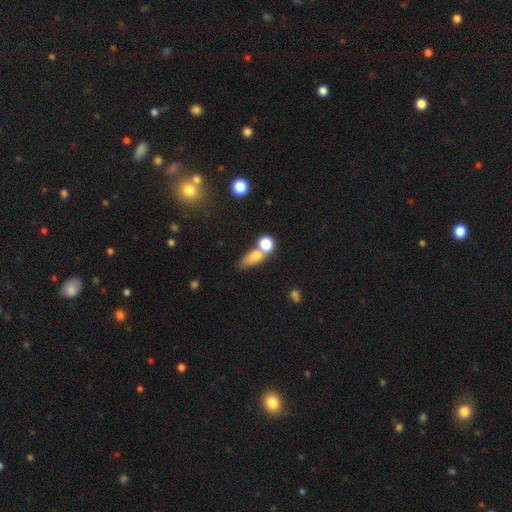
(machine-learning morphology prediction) Smooth or featured? Predicted: smooth (p=0.74). How rounded? Predicted: in between (p=0.56). Merging? Predicted: merger (p=0.40).